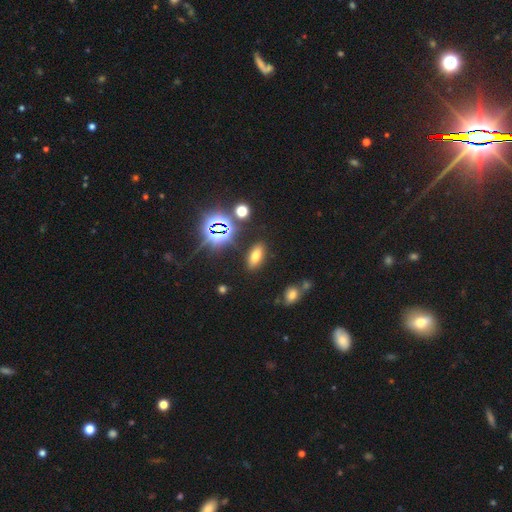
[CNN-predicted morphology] Smooth or featured? smooth (62%)
How rounded? in between (80%)
Merging? none (86%)